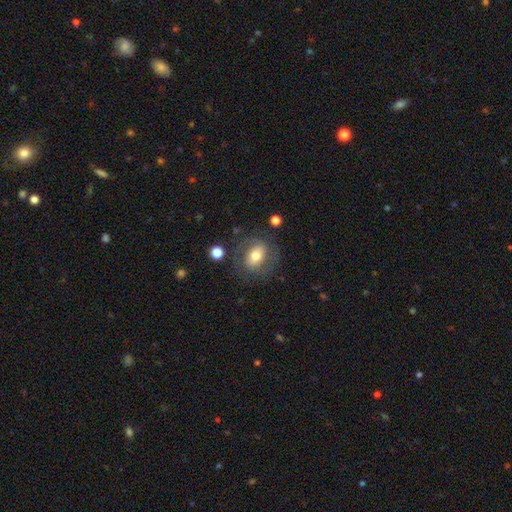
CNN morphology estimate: Q: Smooth or featured?
A: smooth (52%); runner-up: featured or disk (39%)
Q: How rounded?
A: in between (53%); runner-up: round (45%)
Q: Merging?
A: none (71%); runner-up: minor disturbance (16%)